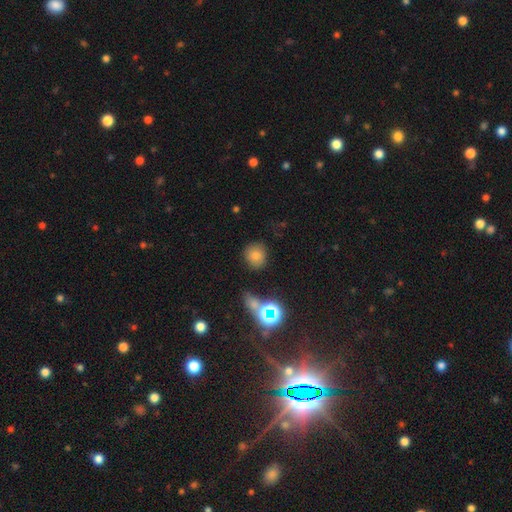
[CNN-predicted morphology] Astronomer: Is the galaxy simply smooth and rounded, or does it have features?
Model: smooth — 75%.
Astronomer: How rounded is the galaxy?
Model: round — 84%.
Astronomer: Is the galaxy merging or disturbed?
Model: none — 81%.